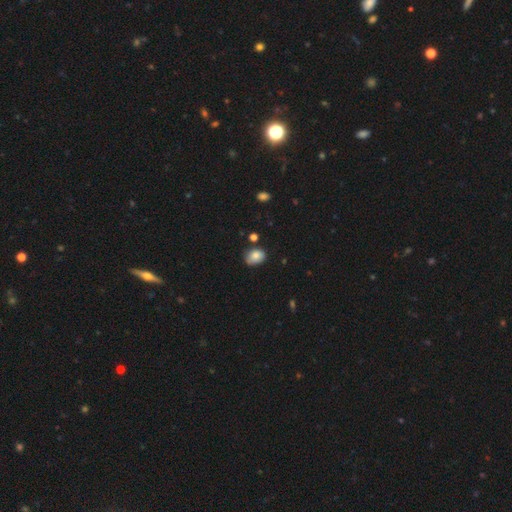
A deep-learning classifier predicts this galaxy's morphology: Smooth or featured? smooth (82%)
How rounded? in between (70%)
Merging? none (67%)